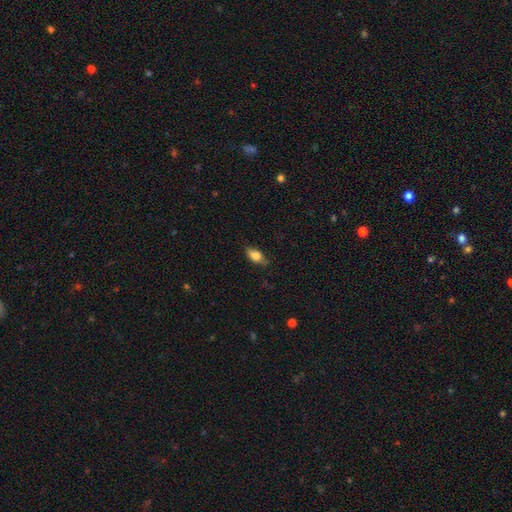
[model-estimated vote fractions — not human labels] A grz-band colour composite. It shows a smooth galaxy with no disk features (75%) that is in between round and cigar-shaped (84%). Merging: none (75%).